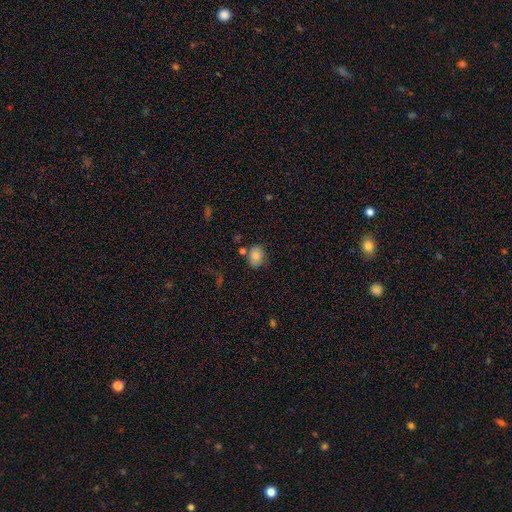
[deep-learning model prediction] A smooth galaxy with no disk features (81%) that is in between round and cigar-shaped (61%).

Vote fractions:
- Smooth or featured? smooth: 81% / featured or disk: 10% / star or artifact: 9%
- How rounded? in between: 61% / round: 38% / cigar-shaped: 1%
- Merging? none: 71% / minor disturbance: 17% / merger: 8% / major disturbance: 4%